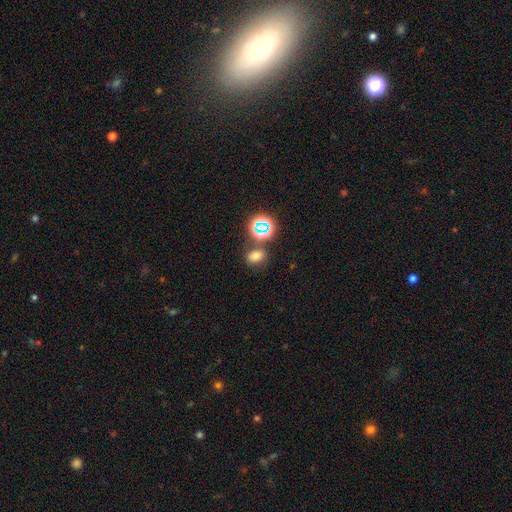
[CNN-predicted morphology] Smooth or featured? smooth (64%)
How rounded? in between (61%)
Merging? none (71%)